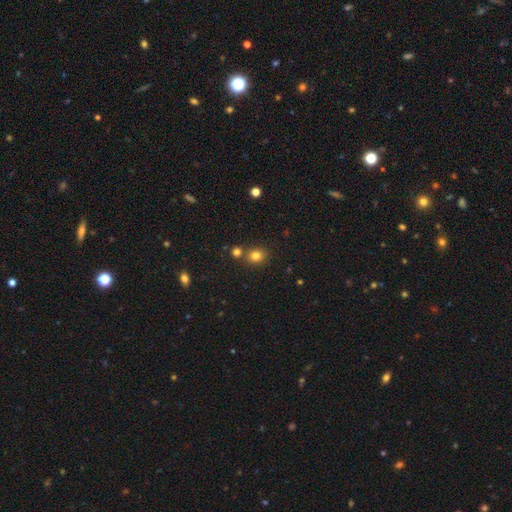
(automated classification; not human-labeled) Smooth or featured?
  - smooth: 81% *
  - star or artifact: 13%
  - featured or disk: 6%
How rounded?
  - round: 66% *
  - in between: 33%
  - cigar-shaped: 1%
Merging?
  - none: 70% *
  - merger: 18%
  - minor disturbance: 9%
  - major disturbance: 3%